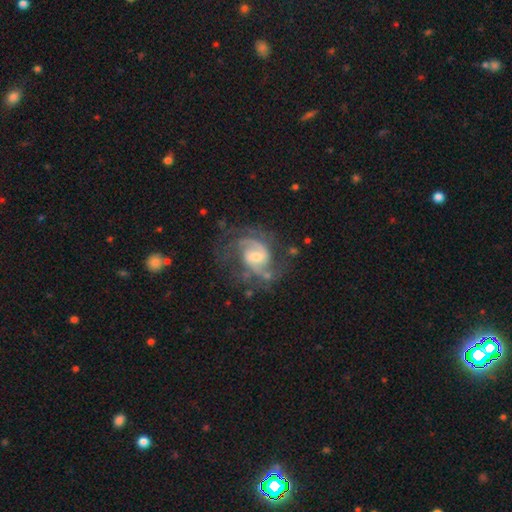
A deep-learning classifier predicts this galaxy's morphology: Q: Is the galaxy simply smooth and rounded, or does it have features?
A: featured or disk — 87%.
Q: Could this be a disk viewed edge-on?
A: no — 98%.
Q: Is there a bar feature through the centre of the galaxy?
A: weak — 53%.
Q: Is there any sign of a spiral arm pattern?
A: yes — 96%.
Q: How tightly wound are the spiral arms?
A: medium — 52%.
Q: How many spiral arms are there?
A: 2 — 70%.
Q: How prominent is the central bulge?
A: moderate — 46%.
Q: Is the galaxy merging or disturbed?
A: none — 63%.